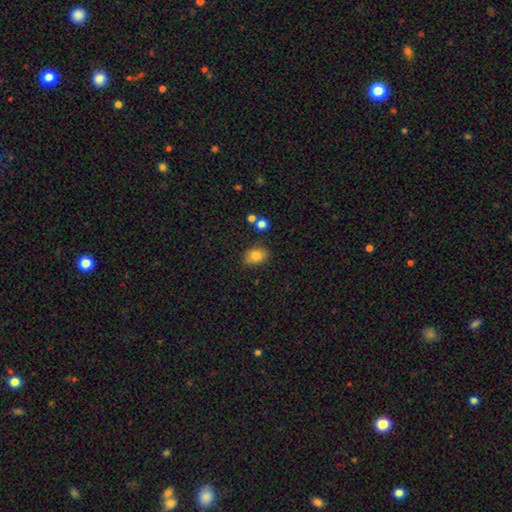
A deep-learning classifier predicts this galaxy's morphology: This is clearly a smooth galaxy (82%). How rounded: likely in between (69%). Merging: clearly none (80%).